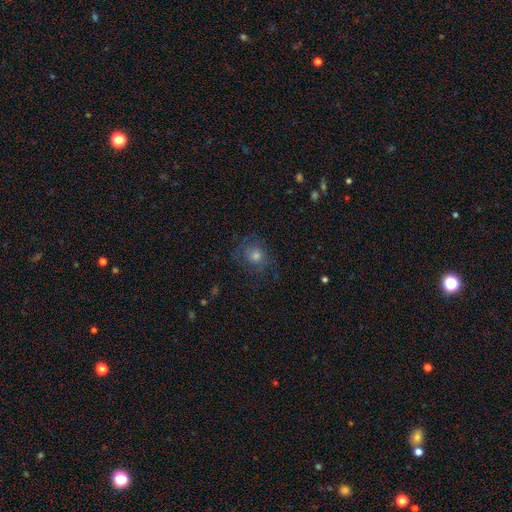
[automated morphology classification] smooth_or_featured: smooth (p=0.46) [alt: featured or disk p=0.35]
merging: none (p=0.69) [alt: minor disturbance p=0.17]